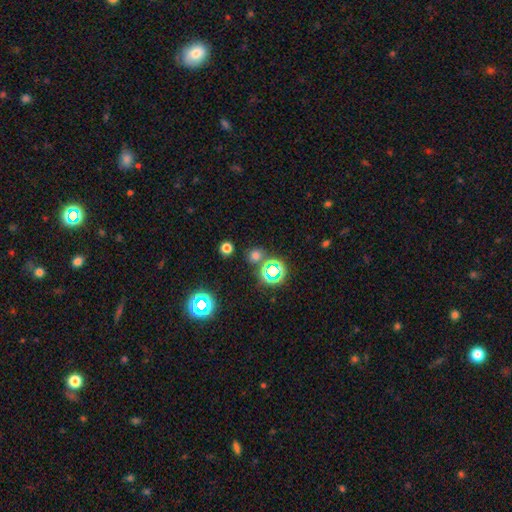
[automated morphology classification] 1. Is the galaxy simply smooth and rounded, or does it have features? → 61% smooth, 32% star or artifact, 6% featured or disk.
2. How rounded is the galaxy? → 83% round, 16% in between, 1% cigar-shaped.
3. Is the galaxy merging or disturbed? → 77% none, 11% merger, 8% minor disturbance, 3% major disturbance.